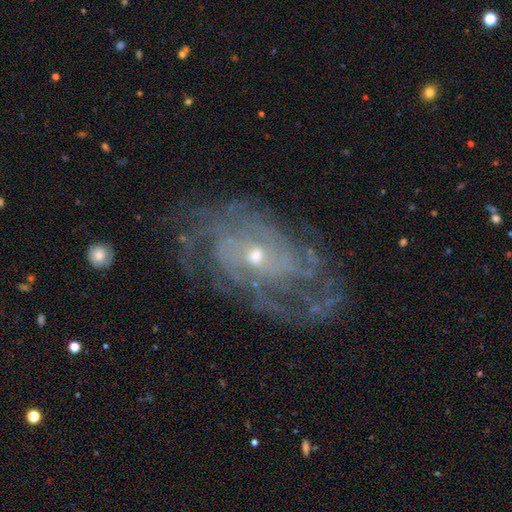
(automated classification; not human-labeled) smooth-or-featured: featured or disk: 86% | star or artifact: 8% | smooth: 6%
  disk-edge-on: no: 95% | yes: 5%
    bar: no: 66% | weak: 26% | strong: 8%
    has-spiral-arms: yes: 96% | no: 4%
      spiral-winding: tight: 62% | medium: 31% | loose: 7%
      spiral-arm-count: can't tell: 33% | 3: 18% | 2: 17% | 4: 16% | more than 4: 9% | 1: 7%
    bulge-size: small: 67% | moderate: 30% | large: 1% | none: 1% | dominant: 1%
  merging: none: 75% | minor disturbance: 16% | major disturbance: 8% | merger: 1%